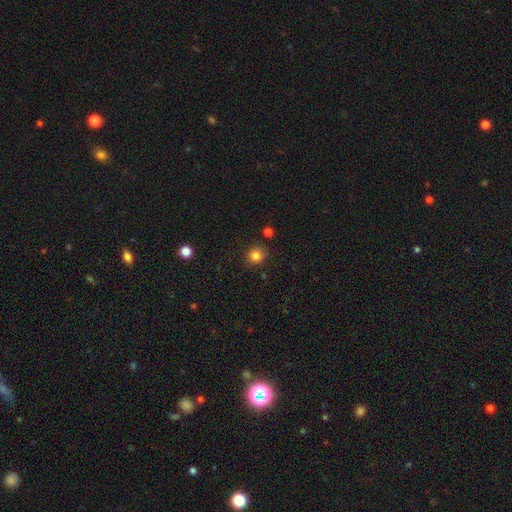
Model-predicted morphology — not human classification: type=smooth (83%); roundness=round (82%); merging=none (85%).